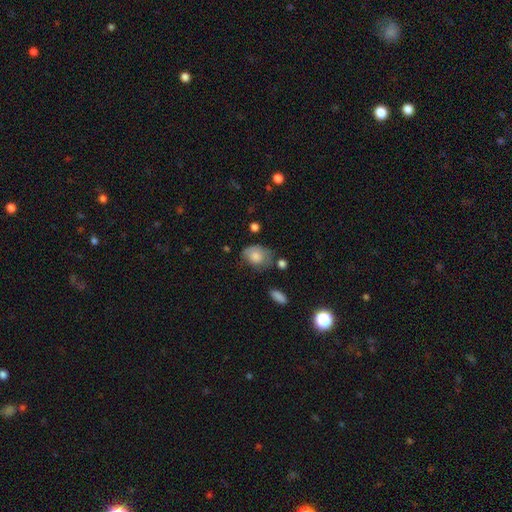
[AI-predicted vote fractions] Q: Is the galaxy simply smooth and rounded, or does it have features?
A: smooth — 74%.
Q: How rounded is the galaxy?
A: in between — 66%.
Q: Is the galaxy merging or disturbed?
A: none — 44%.